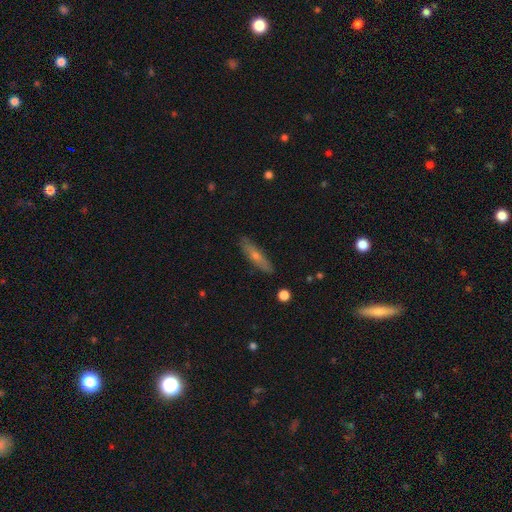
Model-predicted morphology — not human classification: Smooth or featured: smooth — 48% (featured or disk — 44%)
Merging: none — 88% (minor disturbance — 9%)